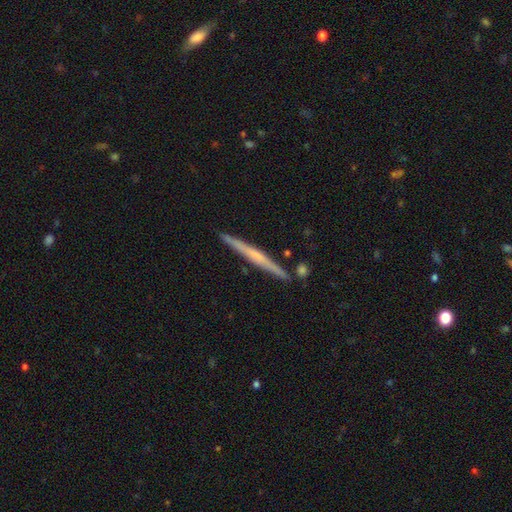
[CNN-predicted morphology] Overall: featured or disk (62%; smooth 32%). Edge-on disk: yes (98%). Edge-on bulge: none (54%; rounded 36%). Merging: none (88%).